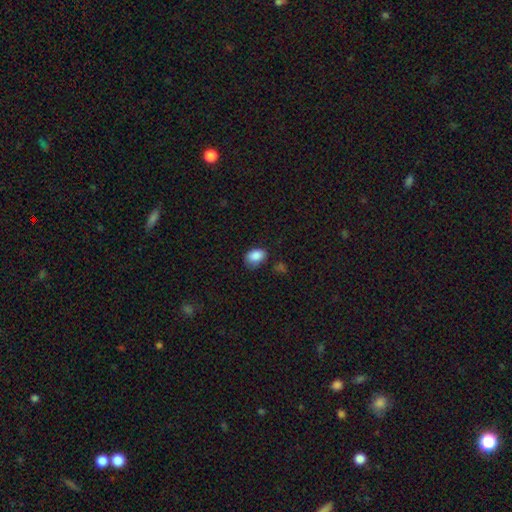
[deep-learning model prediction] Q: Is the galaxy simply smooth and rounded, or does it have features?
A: smooth — 87%.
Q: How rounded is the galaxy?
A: in between — 79%.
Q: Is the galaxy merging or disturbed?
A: none — 67%.